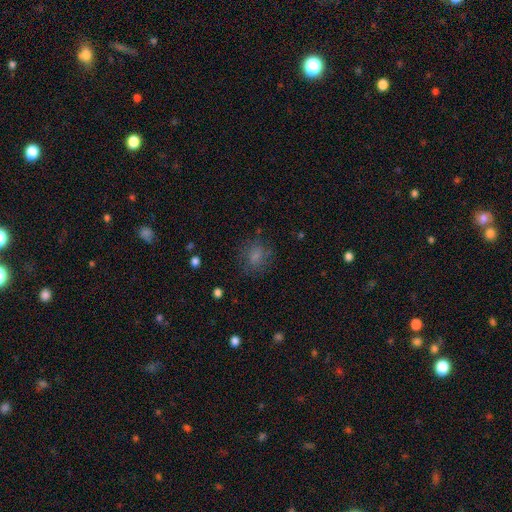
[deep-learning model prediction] smooth-or-featured: smooth: 74% | featured or disk: 13% | star or artifact: 13%
  how-rounded: round: 67% | in between: 32% | cigar-shaped: 1%
  merging: none: 71% | minor disturbance: 17% | major disturbance: 10% | merger: 2%